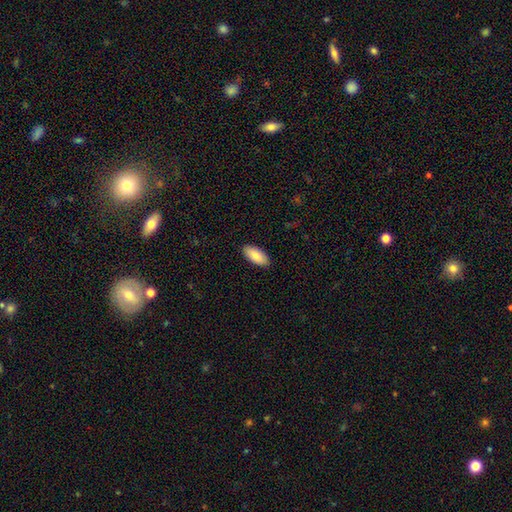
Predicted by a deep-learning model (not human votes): Overall: smooth (87%). How rounded: in between (90%). Merging: none (89%).